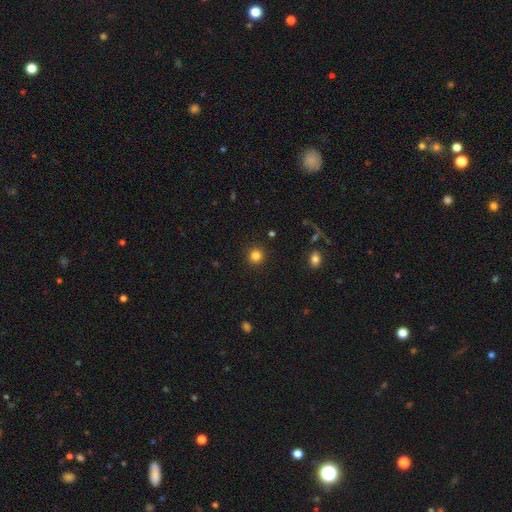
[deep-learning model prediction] Smooth or featured?
  - smooth: 83% *
  - star or artifact: 12%
  - featured or disk: 5%
How rounded?
  - round: 94% *
  - in between: 5%
  - cigar-shaped: 1%
Merging?
  - none: 92% *
  - minor disturbance: 5%
  - major disturbance: 2%
  - merger: 1%